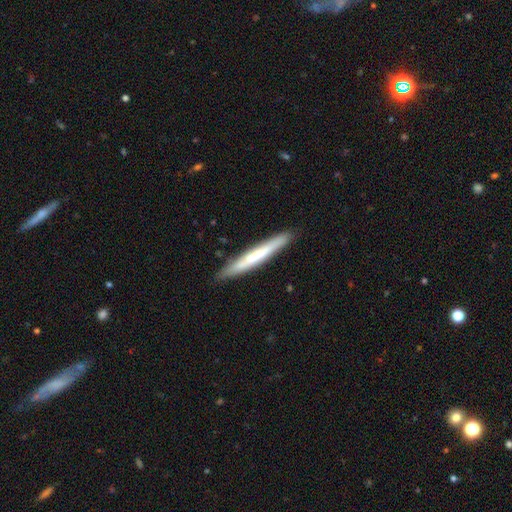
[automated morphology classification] smooth-or-featured: smooth: 53% | featured or disk: 42% | star or artifact: 6%
  how-rounded: cigar-shaped: 96% | in between: 3% | round: 1%
  merging: none: 88% | minor disturbance: 9% | major disturbance: 2% | merger: 1%